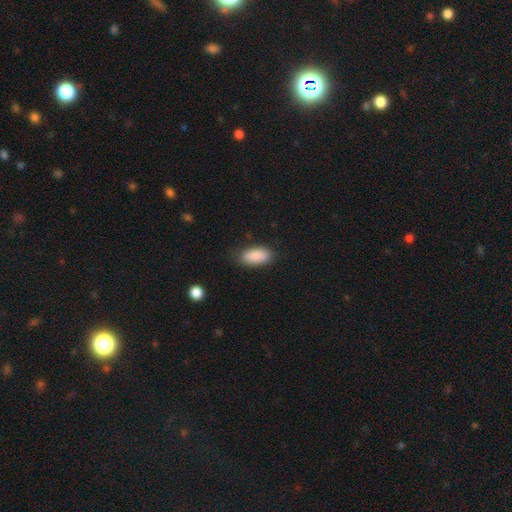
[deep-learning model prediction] A smooth galaxy with no disk features (88%) that is in between round and cigar-shaped (91%).

Vote fractions:
- Smooth or featured? smooth: 88% / star or artifact: 7% / featured or disk: 5%
- How rounded? in between: 91% / cigar-shaped: 6% / round: 3%
- Merging? none: 81% / minor disturbance: 14% / major disturbance: 3% / merger: 1%